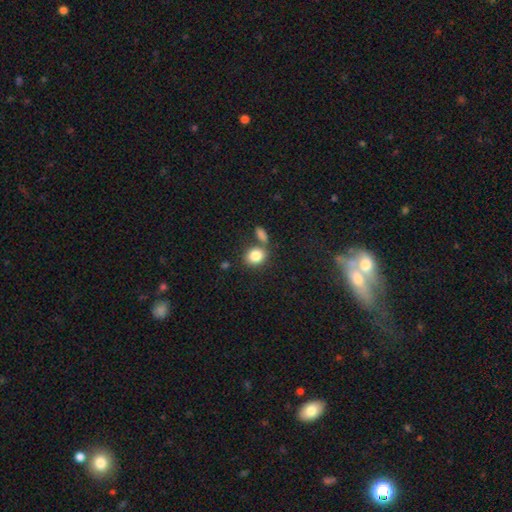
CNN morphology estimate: Smooth or featured: smooth — 84% (star or artifact — 9%)
How rounded: round — 56% (in between — 43%)
Merging: none — 58% (merger — 25%)